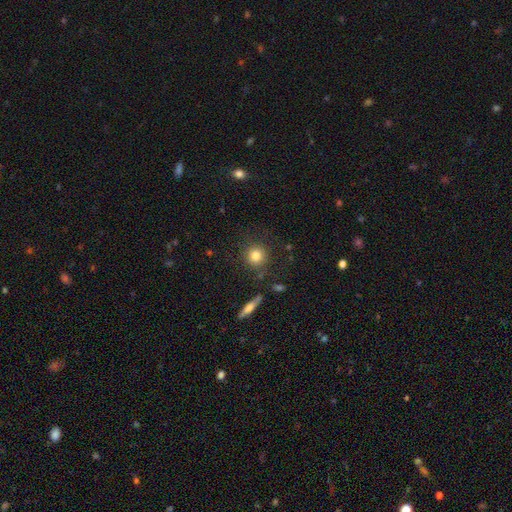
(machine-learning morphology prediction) type=smooth (80%); roundness=round (92%); merging=none (84%).